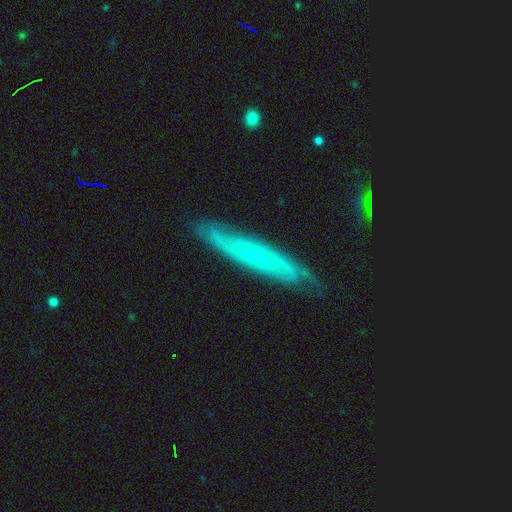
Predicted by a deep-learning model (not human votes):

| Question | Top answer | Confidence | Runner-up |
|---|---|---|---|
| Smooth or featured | featured or disk | 73% | smooth (21%) |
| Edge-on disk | no | 50% | tied: yes (50%) |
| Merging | none | 77% | minor disturbance (18%) |